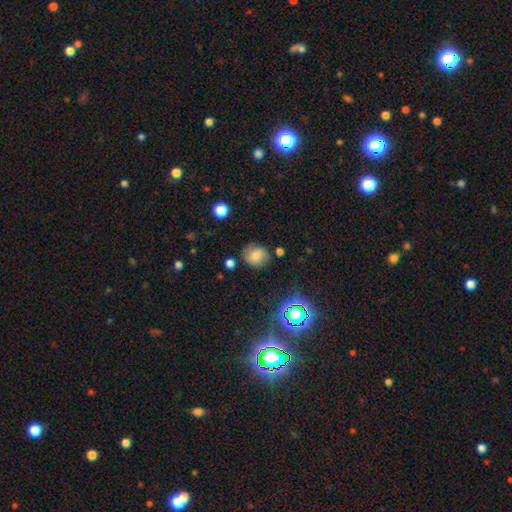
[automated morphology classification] Smooth or featured: smooth — 69% (featured or disk — 17%)
How rounded: round — 74% (in between — 25%)
Merging: none — 77% (minor disturbance — 15%)